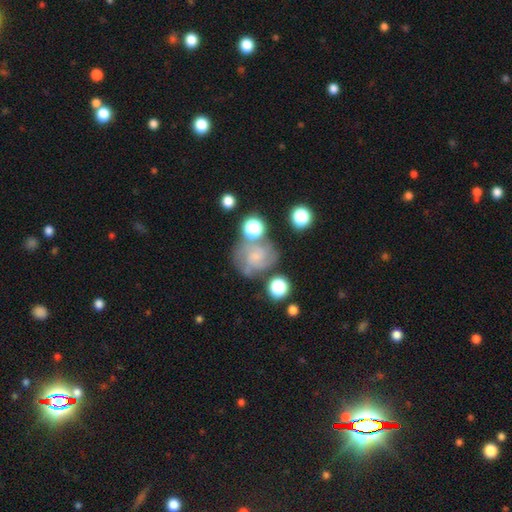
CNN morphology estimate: Smooth or featured? featured or disk (62%)
Edge-on disk? no (98%)
Bar? no (70%)
Spiral arms? yes (88%)
Spiral winding? medium (44%)
Spiral arm count? can't tell (30%)
Bulge size? small (59%)
Merging? none (55%)